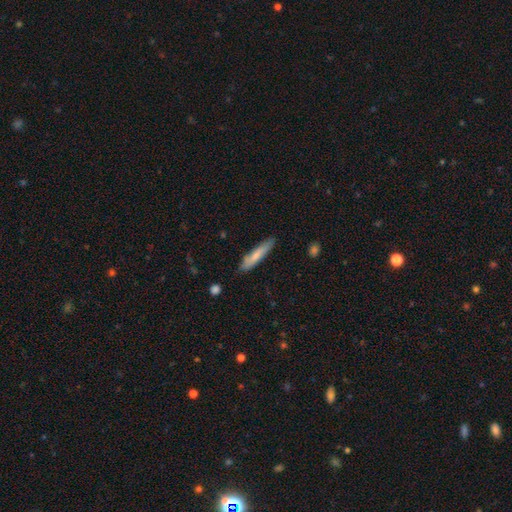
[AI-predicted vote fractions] This appears to be a smooth galaxy with no disk features (72%) that is cigar-shaped (87%). Merging: none (83%).